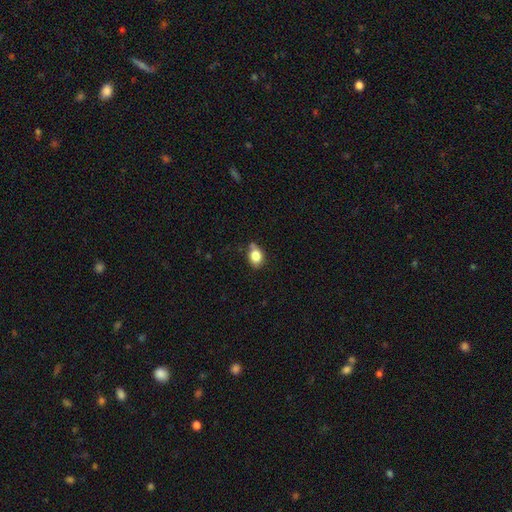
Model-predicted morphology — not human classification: Overall: smooth (83%). How rounded: in between (56%; round 43%). Merging: none (61%; minor disturbance 26%).